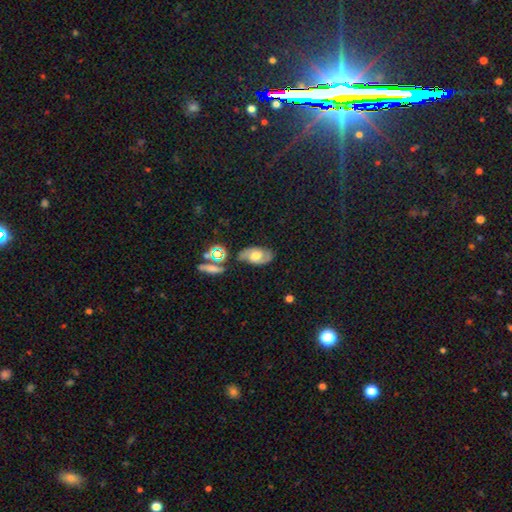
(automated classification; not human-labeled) A featured or disk galaxy (62%) with no bar (57%), spiral arms (82%) and a moderate central bulge (64%). Merging: none (76%).